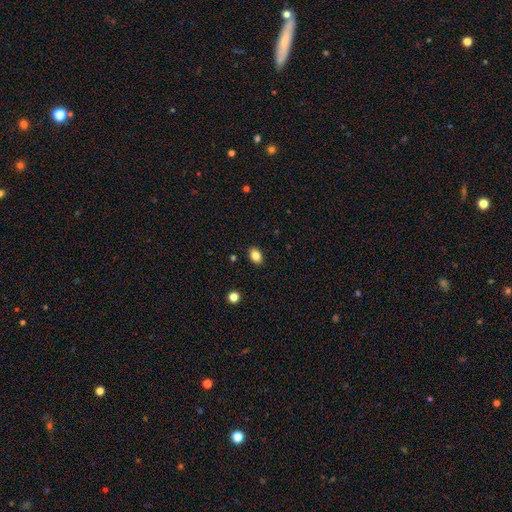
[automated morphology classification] smooth-or-featured: smooth: 84% | star or artifact: 9% | featured or disk: 7%
  how-rounded: in between: 84% | round: 15% | cigar-shaped: 1%
  merging: none: 89% | minor disturbance: 8% | major disturbance: 2% | merger: 1%